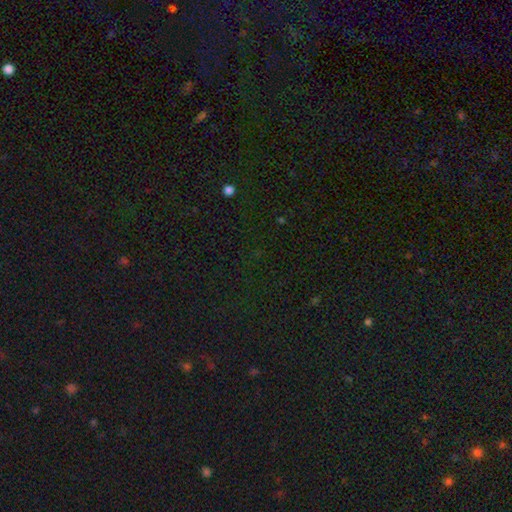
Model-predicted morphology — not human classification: Smooth or featured: star or artifact — 74% (smooth — 16%)